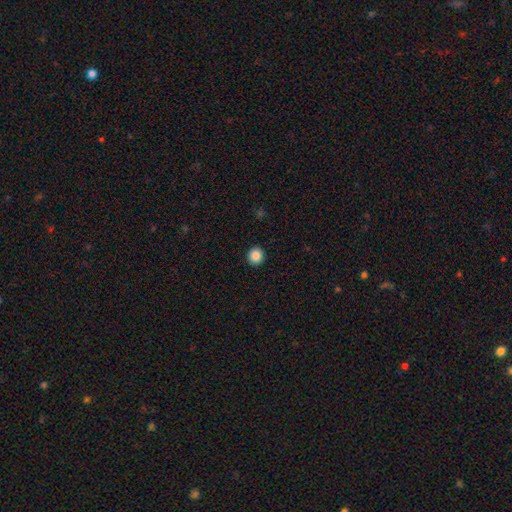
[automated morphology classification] smooth-or-featured: smooth: 87% | star or artifact: 10% | featured or disk: 3%
  how-rounded: round: 93% | in between: 6% | cigar-shaped: 1%
  merging: none: 93% | minor disturbance: 5% | major disturbance: 2% | merger: 1%